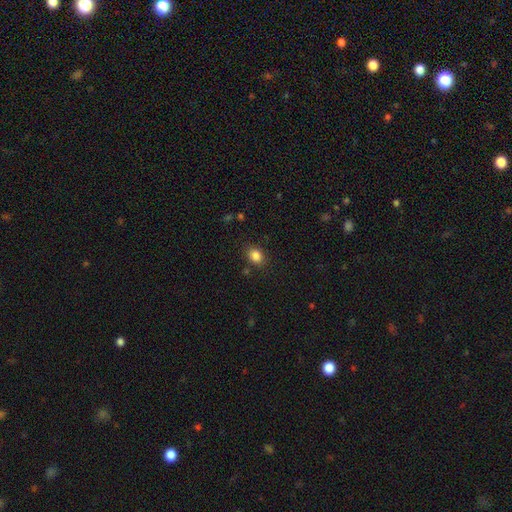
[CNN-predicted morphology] A smooth galaxy with no disk features (85%) that is in between round and cigar-shaped (51%).

Vote fractions:
- Smooth or featured? smooth: 85% / star or artifact: 11% / featured or disk: 5%
- How rounded? in between: 51% / round: 48% / cigar-shaped: 1%
- Merging? none: 83% / minor disturbance: 11% / major disturbance: 3% / merger: 2%